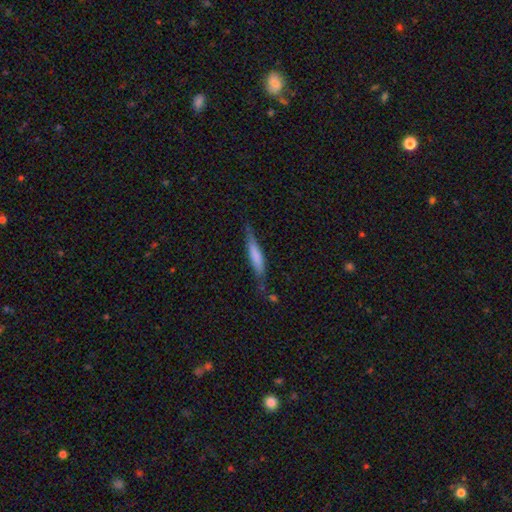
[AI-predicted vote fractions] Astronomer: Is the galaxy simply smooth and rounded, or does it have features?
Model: smooth — 65%.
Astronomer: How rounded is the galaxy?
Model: cigar-shaped — 86%.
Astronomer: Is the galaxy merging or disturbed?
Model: none — 69%.